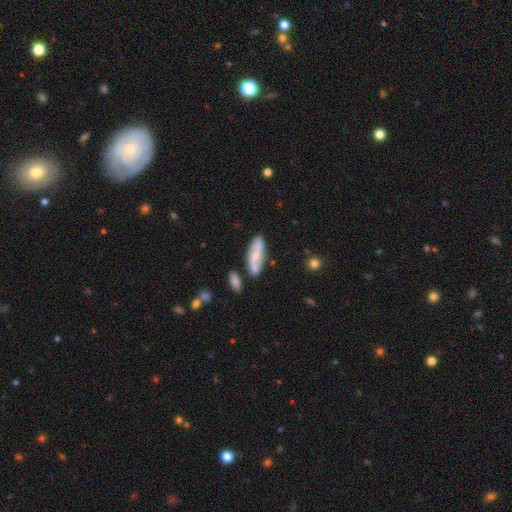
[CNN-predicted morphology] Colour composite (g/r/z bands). It shows a smooth galaxy with no disk features (50%) that is in between round and cigar-shaped (60%). Merging: none (67%).